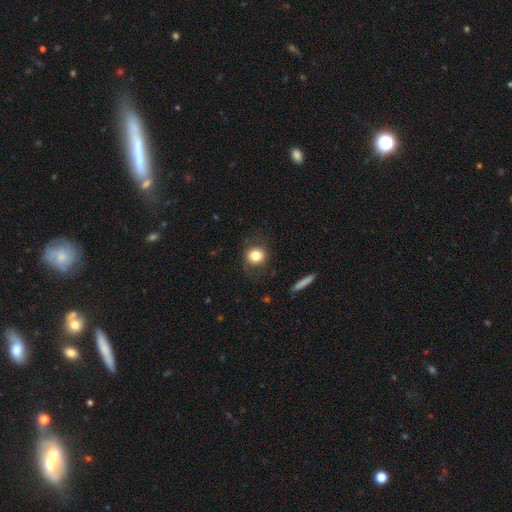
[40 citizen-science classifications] Q: Smooth or featured?
A: smooth (85%); runner-up: featured or disk (8%)
Q: How rounded?
A: round (82%); runner-up: in between (18%)
Q: Merging?
A: none (68%); runner-up: minor disturbance (24%)